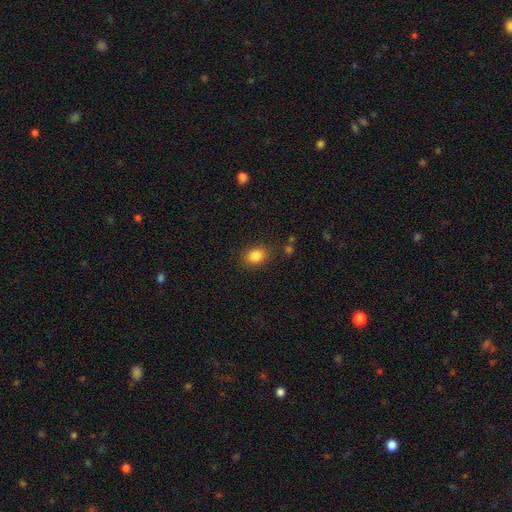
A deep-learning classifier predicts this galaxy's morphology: Smooth or featured? smooth (85%)
How rounded? in between (65%)
Merging? none (81%)